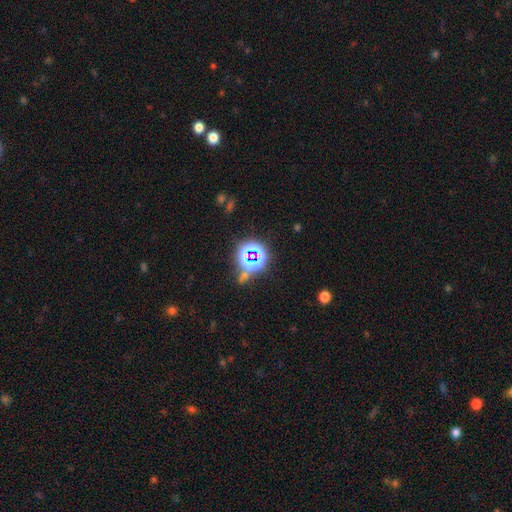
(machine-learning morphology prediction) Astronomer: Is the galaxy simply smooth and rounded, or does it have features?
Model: star or artifact — 76%.